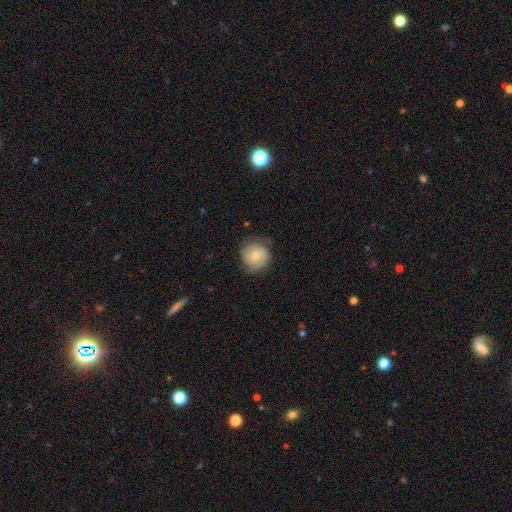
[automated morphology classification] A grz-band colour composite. It shows a smooth galaxy with no disk features (58%) that is round (90%). Merging: none (68%).